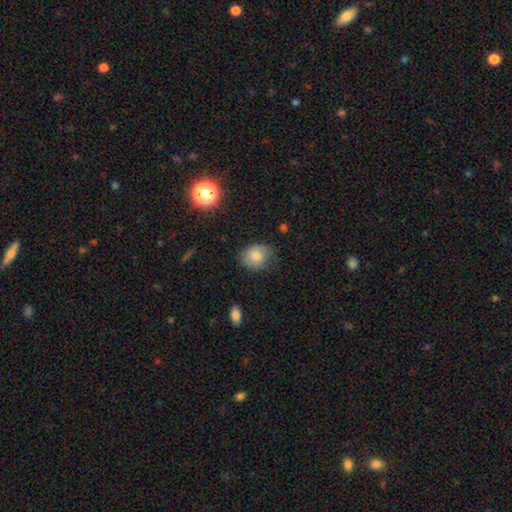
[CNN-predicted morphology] Overall: smooth (77%). How rounded: round (57%; in between 42%). Merging: none (63%; minor disturbance 29%).